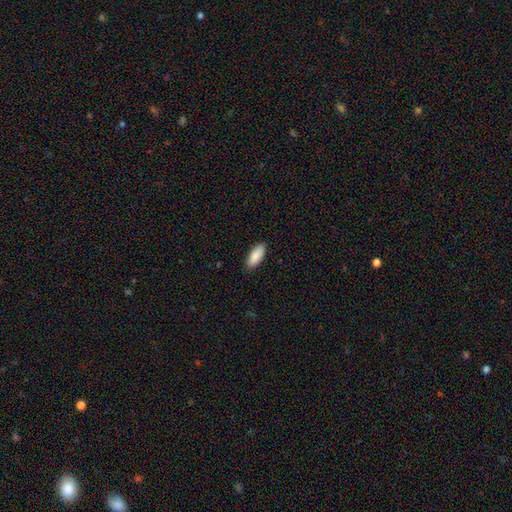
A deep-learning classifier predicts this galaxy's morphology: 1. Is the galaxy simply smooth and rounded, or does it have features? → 89% smooth, 6% star or artifact, 5% featured or disk.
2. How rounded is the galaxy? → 80% in between, 19% cigar-shaped, 2% round.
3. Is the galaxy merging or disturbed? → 88% none, 10% minor disturbance, 2% major disturbance, 1% merger.